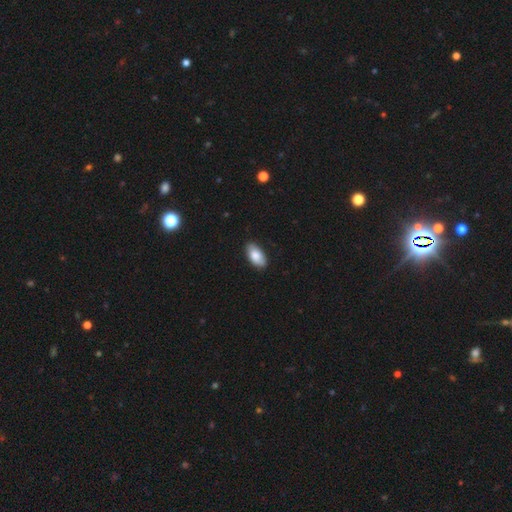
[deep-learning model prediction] smooth-or-featured: smooth: 84% | featured or disk: 10% | star or artifact: 6%
  how-rounded: in between: 94% | cigar-shaped: 3% | round: 3%
  merging: none: 86% | minor disturbance: 12% | major disturbance: 2% | merger: 1%